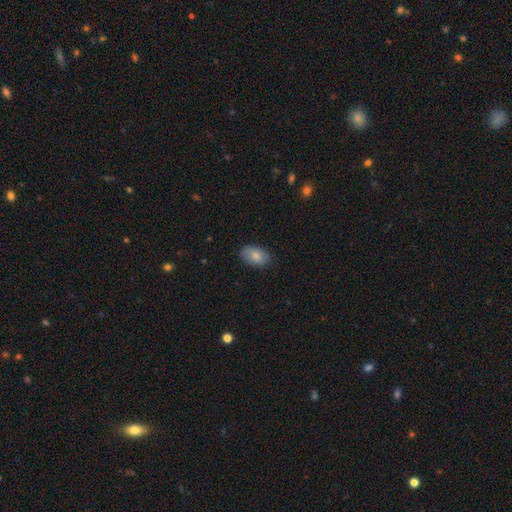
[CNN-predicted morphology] Smooth or featured? smooth (81%)
How rounded? in between (90%)
Merging? none (83%)